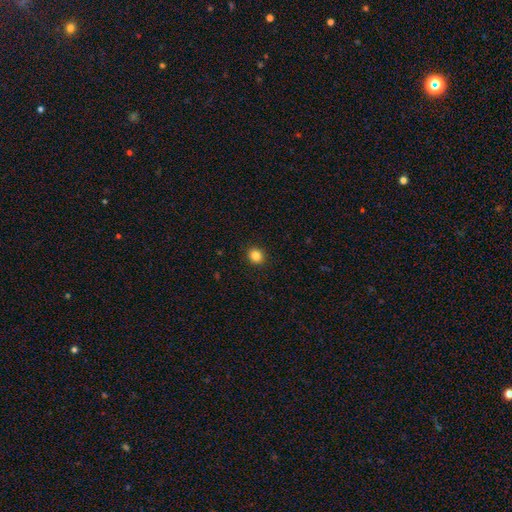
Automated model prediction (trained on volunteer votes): A smooth galaxy with no disk features (85%) that is round (79%). Merging: none (92%).